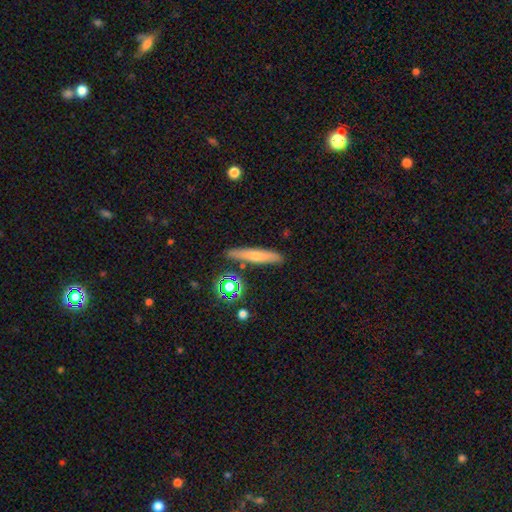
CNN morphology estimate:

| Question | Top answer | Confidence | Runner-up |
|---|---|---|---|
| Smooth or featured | smooth | 58% | featured or disk (32%) |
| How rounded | cigar-shaped | 88% | in between (9%) |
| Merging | none | 86% | minor disturbance (10%) |